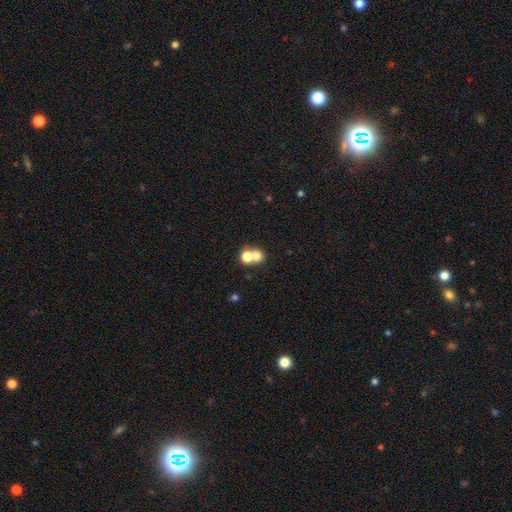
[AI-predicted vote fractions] This appears to be a smooth galaxy with no disk features (72%) that is round (76%). Merging: merger (60%).